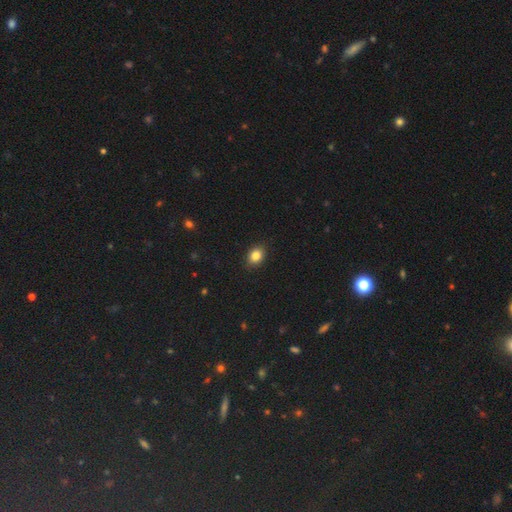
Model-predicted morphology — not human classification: smooth 85%, star or artifact 10%, featured or disk 5%. Down the decision tree: how rounded — in between (58%); merging — none (89%).